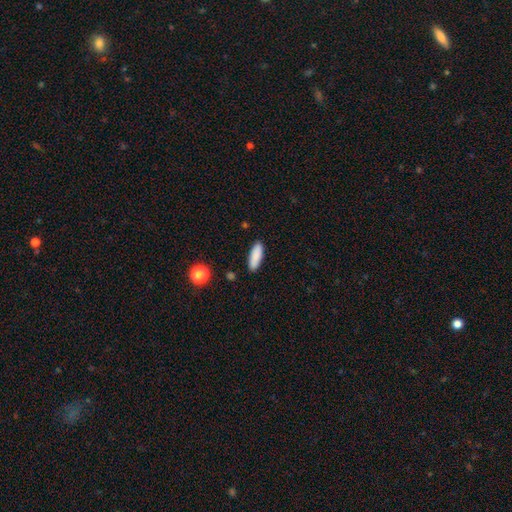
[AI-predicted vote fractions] Smooth or featured? Predicted: smooth (p=0.88). How rounded? Predicted: in between (p=0.56). Merging? Predicted: none (p=0.89).